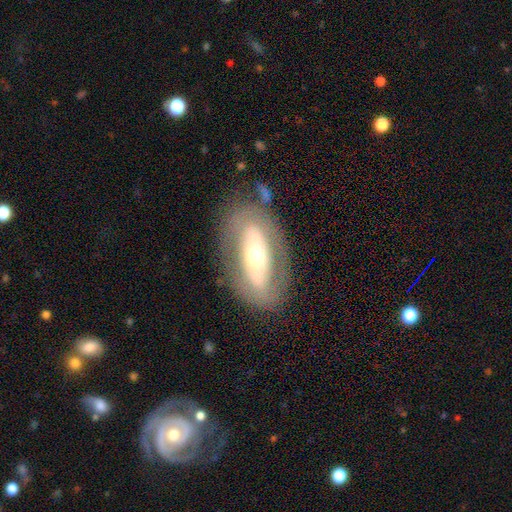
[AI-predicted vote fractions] This appears to be a featured or disk galaxy (61%) with no bar (53%), no spiral arms (72%) and a moderate central bulge (53%). Merging: none (77%).